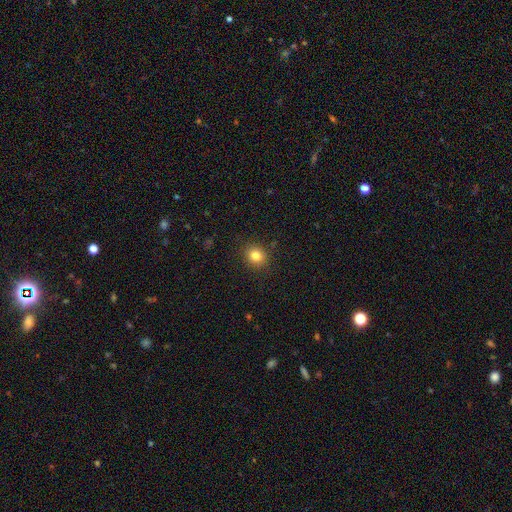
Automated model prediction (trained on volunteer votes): Overall: smooth (82%). How rounded: round (78%). Merging: none (90%).